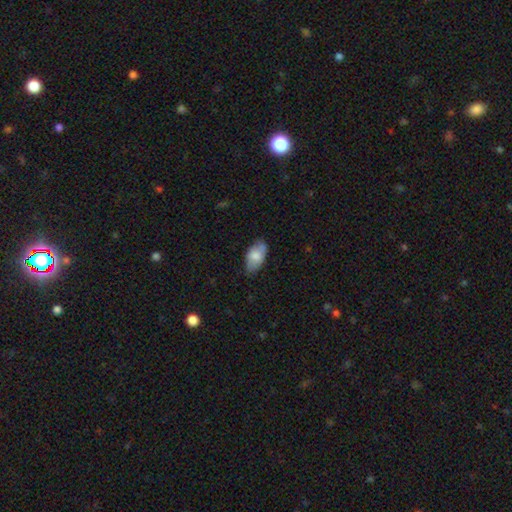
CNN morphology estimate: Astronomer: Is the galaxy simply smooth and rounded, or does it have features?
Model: smooth — 75%.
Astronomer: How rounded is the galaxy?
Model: in between — 94%.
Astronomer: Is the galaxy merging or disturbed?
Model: none — 68%.